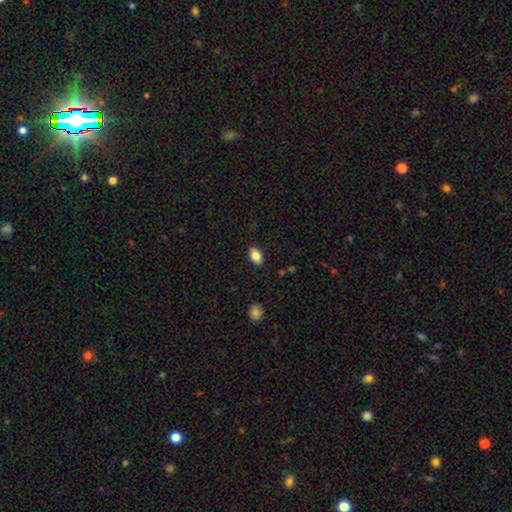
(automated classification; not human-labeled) smooth_or_featured: smooth (p=0.84) [alt: star or artifact p=0.08]
how_rounded: in between (p=0.89) [alt: round p=0.09]
merging: none (p=0.87) [alt: minor disturbance p=0.10]